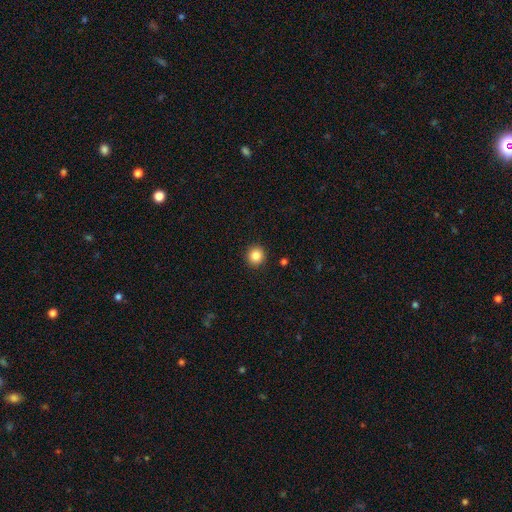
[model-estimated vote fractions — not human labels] This is clearly a smooth galaxy (86%). How rounded: clearly round (94%). Merging: clearly none (92%).